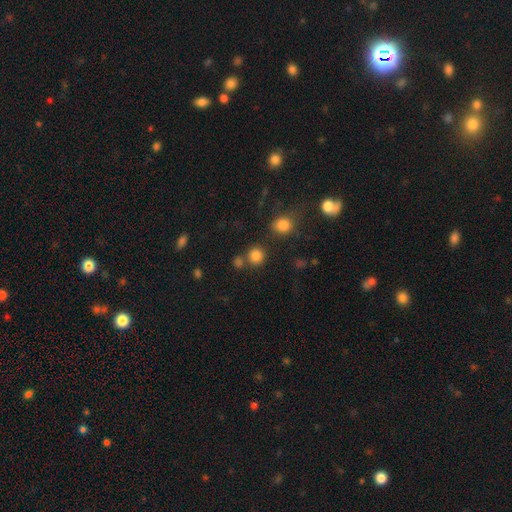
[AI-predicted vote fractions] smooth 81%, star or artifact 14%, featured or disk 5%. Down the decision tree: how rounded — round (90%); merging — none (71%).